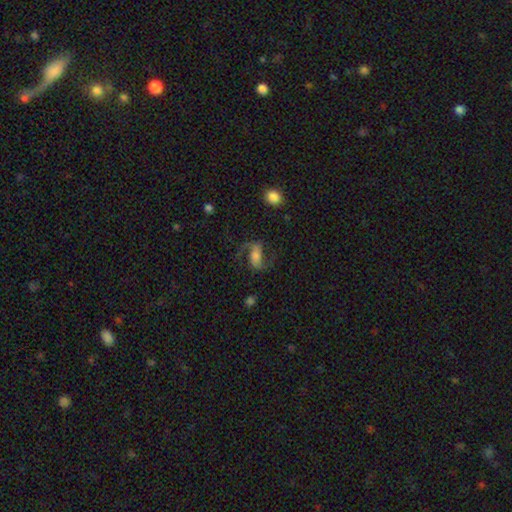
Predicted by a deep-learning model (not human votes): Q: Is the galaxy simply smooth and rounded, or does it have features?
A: featured or disk — 77%.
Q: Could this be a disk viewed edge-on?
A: no — 97%.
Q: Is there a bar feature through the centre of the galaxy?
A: weak — 37%.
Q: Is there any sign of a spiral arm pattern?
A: yes — 95%.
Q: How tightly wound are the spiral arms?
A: loose — 58%.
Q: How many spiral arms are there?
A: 2 — 92%.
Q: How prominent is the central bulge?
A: moderate — 33%.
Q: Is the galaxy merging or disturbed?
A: none — 67%.